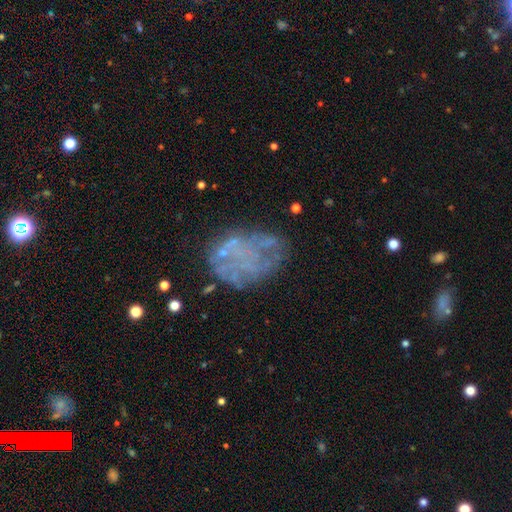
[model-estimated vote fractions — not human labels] featured or disk 55%, smooth 27%, star or artifact 18%. Down the decision tree: edge-on disk — no (98%); bar — no (93%); spiral arms — no (90%); bulge size — none (83%); merging — none (52%).